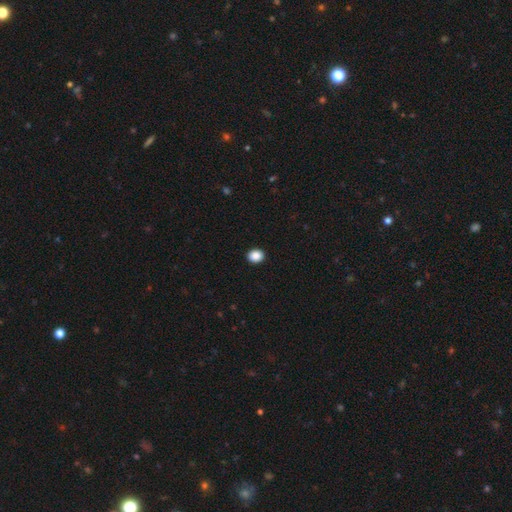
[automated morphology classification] Overall: smooth (88%). How rounded: round (62%; in between 37%). Merging: none (93%).